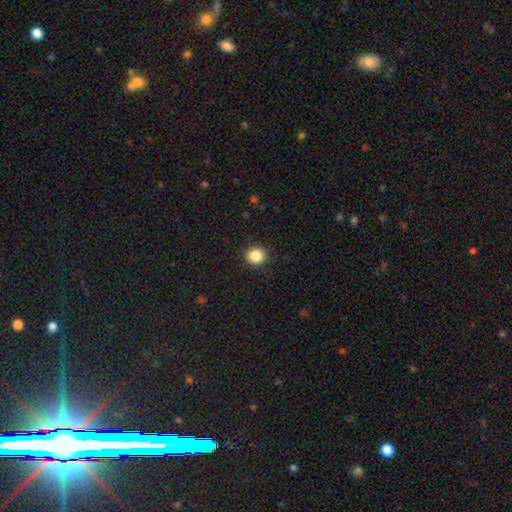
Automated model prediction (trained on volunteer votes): Q: Smooth or featured?
A: smooth (87%); runner-up: star or artifact (10%)
Q: How rounded?
A: round (87%); runner-up: in between (12%)
Q: Merging?
A: none (91%); runner-up: minor disturbance (6%)